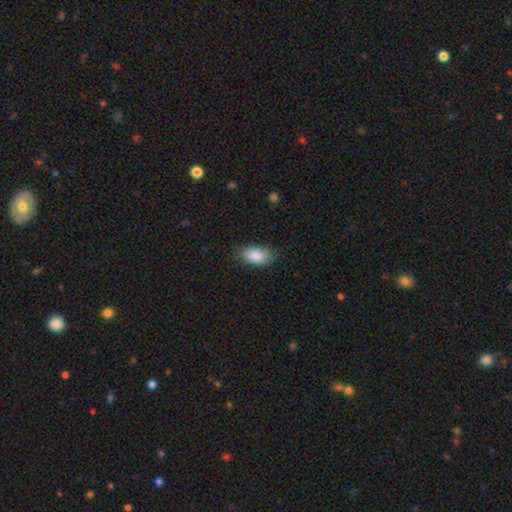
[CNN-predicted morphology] smooth-or-featured: smooth: 88% | star or artifact: 7% | featured or disk: 6%
  how-rounded: in between: 93% | round: 4% | cigar-shaped: 3%
  merging: none: 82% | minor disturbance: 14% | major disturbance: 3% | merger: 1%